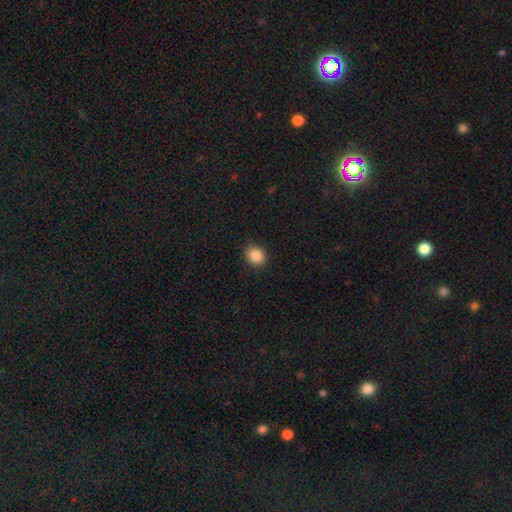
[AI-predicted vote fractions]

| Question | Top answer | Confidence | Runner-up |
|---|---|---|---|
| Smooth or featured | smooth | 87% | star or artifact (9%) |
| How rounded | round | 74% | in between (25%) |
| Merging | none | 88% | minor disturbance (9%) |